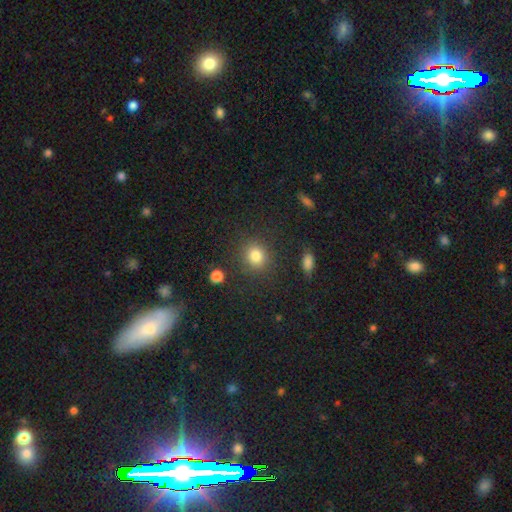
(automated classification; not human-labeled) Smooth or featured? smooth (81%)
How rounded? round (80%)
Merging? none (84%)